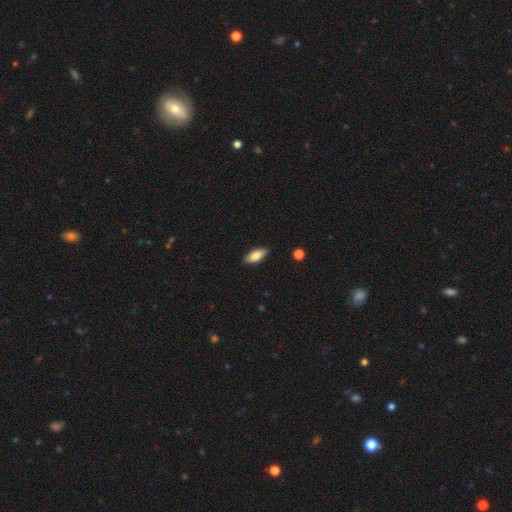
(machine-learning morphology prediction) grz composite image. It shows a smooth galaxy with no disk features (76%) that is in between round and cigar-shaped (79%). Merging: none (86%).